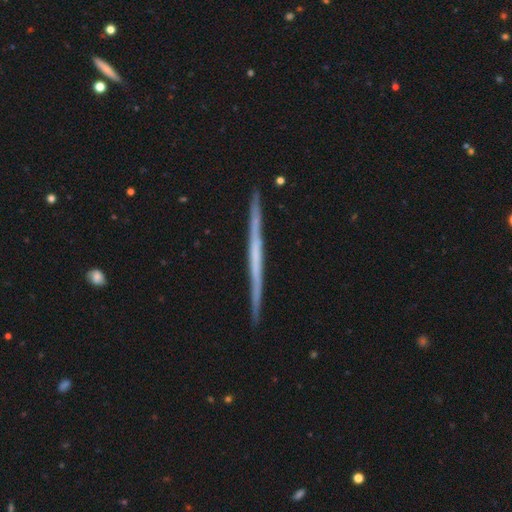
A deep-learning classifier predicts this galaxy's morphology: A featured or disk galaxy (67%) viewed edge-on (98%) with no central bulge (90%). Merging: none (91%).